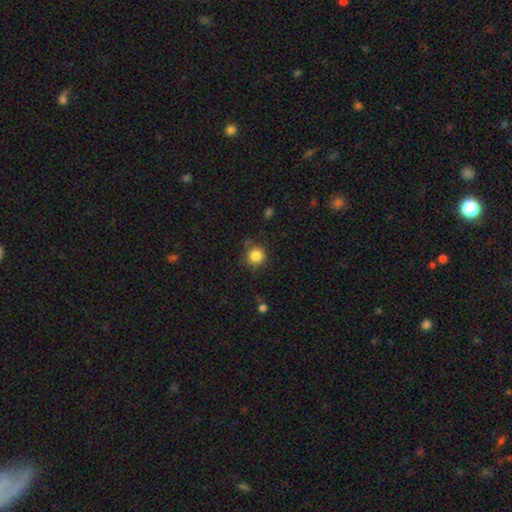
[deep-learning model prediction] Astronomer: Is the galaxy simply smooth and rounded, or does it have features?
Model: smooth — 85%.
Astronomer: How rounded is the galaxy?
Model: round — 91%.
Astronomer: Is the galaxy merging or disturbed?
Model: none — 79%.